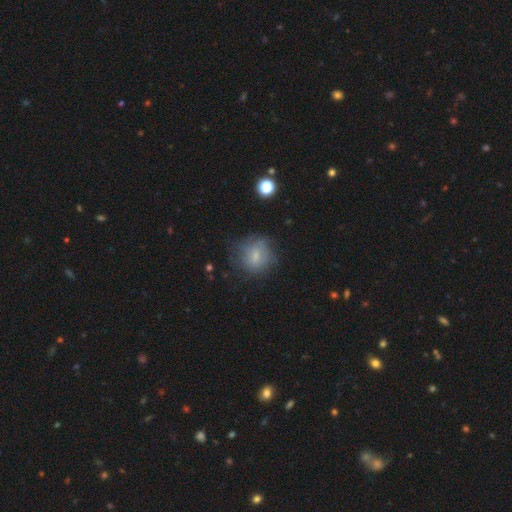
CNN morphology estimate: The model was most divided on "merging": none: 64%, minor disturbance: 23%, major disturbance: 11%, merger: 2%. More confident: how rounded — round (83%); smooth or featured — smooth (66%).